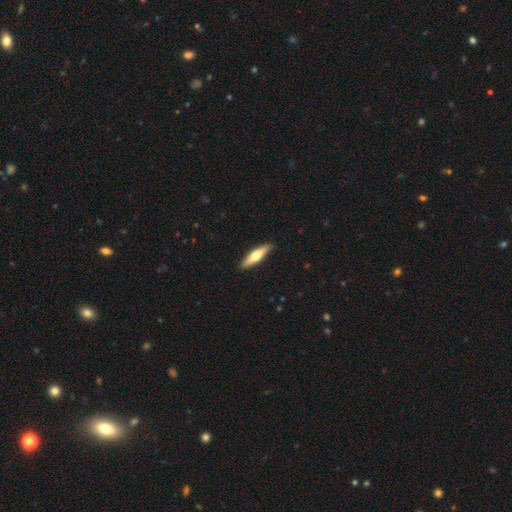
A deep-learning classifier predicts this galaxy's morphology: type=smooth (54%); roundness=cigar-shaped (71%); merging=none (90%).